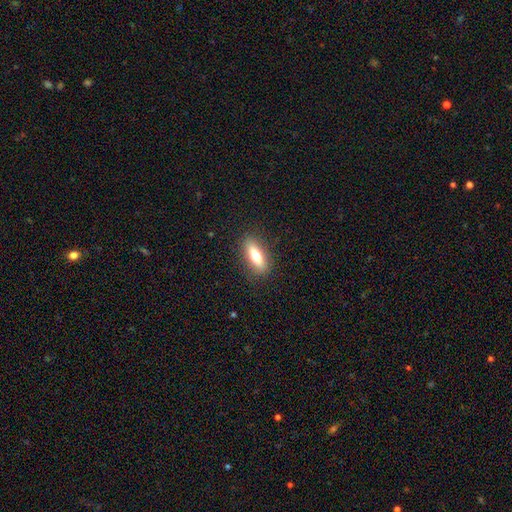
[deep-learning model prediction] A smooth galaxy with no disk features (68%) that is in between round and cigar-shaped (63%).

Vote fractions:
- Smooth or featured? smooth: 68% / featured or disk: 25% / star or artifact: 7%
- How rounded? in between: 63% / cigar-shaped: 34% / round: 3%
- Merging? none: 87% / minor disturbance: 9% / major disturbance: 3% / merger: 1%